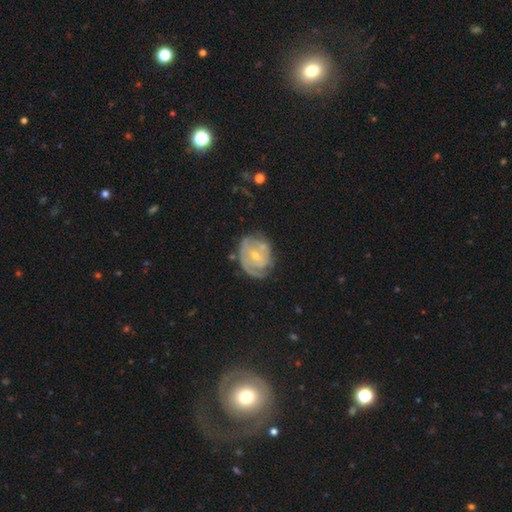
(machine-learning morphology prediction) This is likely a featured or disk galaxy (73%). It is clearly not viewed edge-on (97%). Bar: possibly no (55%). Spiral arm pattern: likely yes (79%). Spiral arm count: marginally can't tell (38%). Spiral winding: likely tight (61%). Central bulge: possibly small (60%). Merging: possibly none (53%).